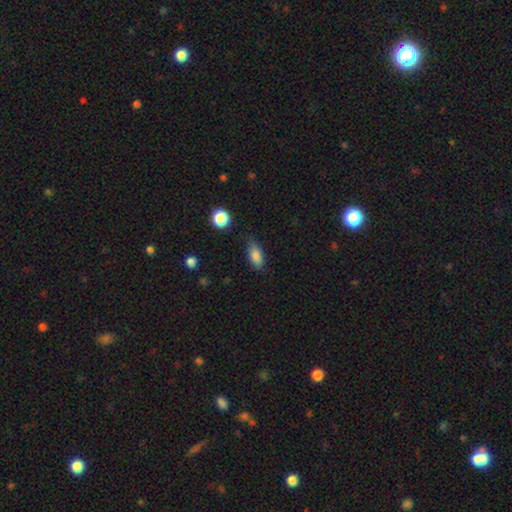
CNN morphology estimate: Overall: smooth (82%). How rounded: in between (81%). Merging: none (73%).